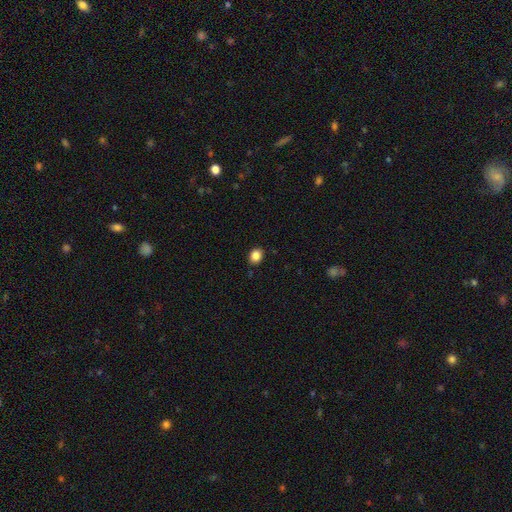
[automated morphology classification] Smooth or featured? smooth (86%)
How rounded? round (53%)
Merging? none (89%)